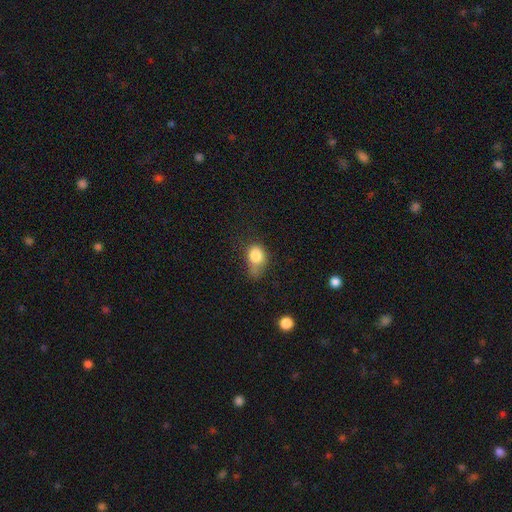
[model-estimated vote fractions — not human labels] smooth_or_featured: smooth (p=0.81) [alt: star or artifact p=0.10]
how_rounded: in between (p=0.54) [alt: round p=0.44]
merging: minor disturbance (p=0.37) [alt: major disturbance p=0.27]